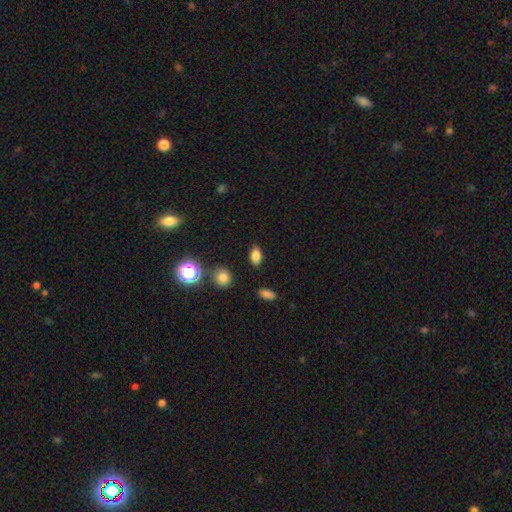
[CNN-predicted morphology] Smooth or featured? smooth (82%)
How rounded? in between (84%)
Merging? none (84%)